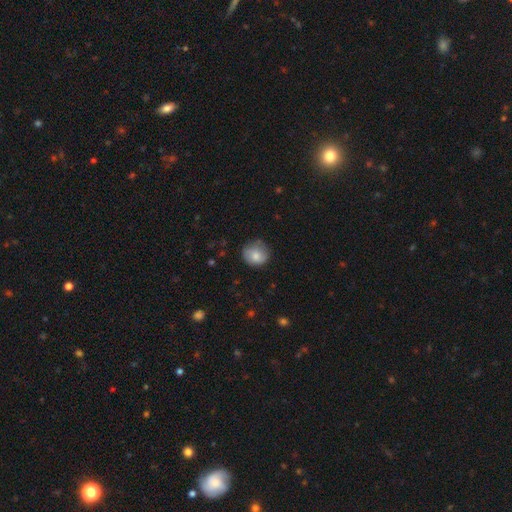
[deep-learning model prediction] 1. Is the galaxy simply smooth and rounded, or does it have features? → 78% smooth, 14% featured or disk, 8% star or artifact.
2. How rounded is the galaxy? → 82% round, 17% in between, 1% cigar-shaped.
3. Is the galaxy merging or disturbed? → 70% none, 23% minor disturbance, 6% major disturbance, 1% merger.